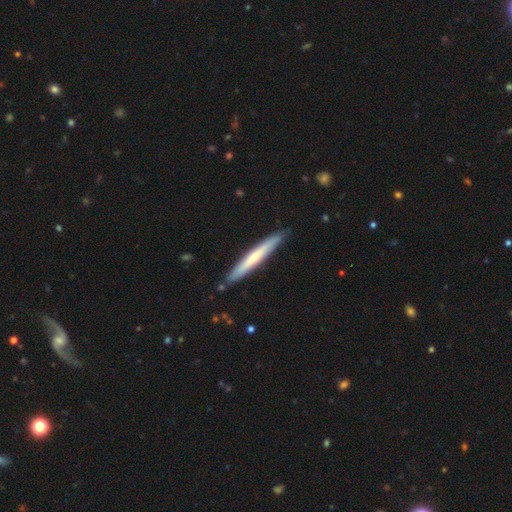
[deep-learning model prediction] Smooth or featured? Predicted: smooth (p=0.51). How rounded? Predicted: cigar-shaped (p=0.95). Merging? Predicted: none (p=0.87).